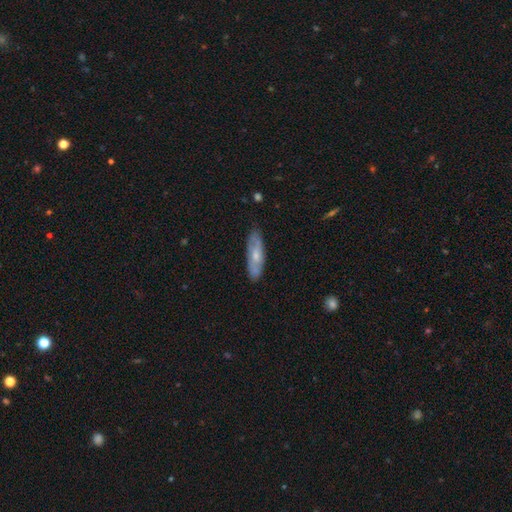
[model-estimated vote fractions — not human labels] smooth-or-featured: featured or disk: 49% | smooth: 45% | star or artifact: 6%
  merging: none: 81% | minor disturbance: 15% | major disturbance: 3% | merger: 1%